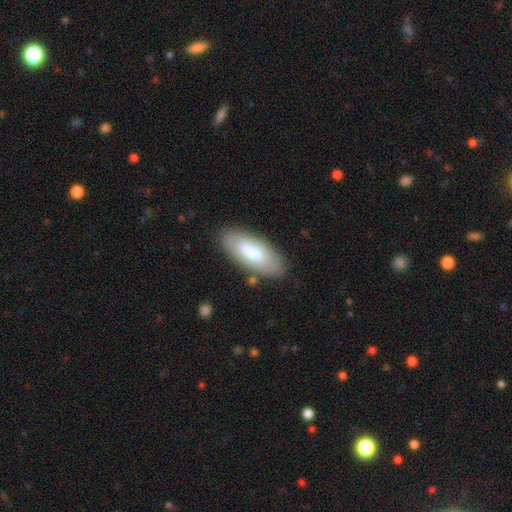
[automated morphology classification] This appears to be a smooth galaxy with no disk features (72%) that is in between round and cigar-shaped (85%). Merging: none (78%).